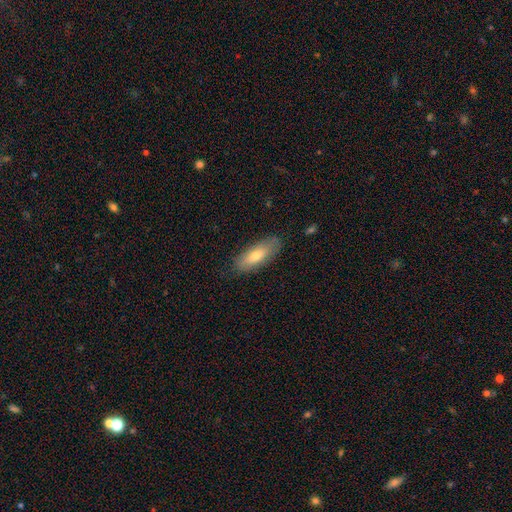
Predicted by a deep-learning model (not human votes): Smooth or featured: smooth — 72% (featured or disk — 22%)
How rounded: in between — 68% (cigar-shaped — 30%)
Merging: none — 83% (minor disturbance — 13%)